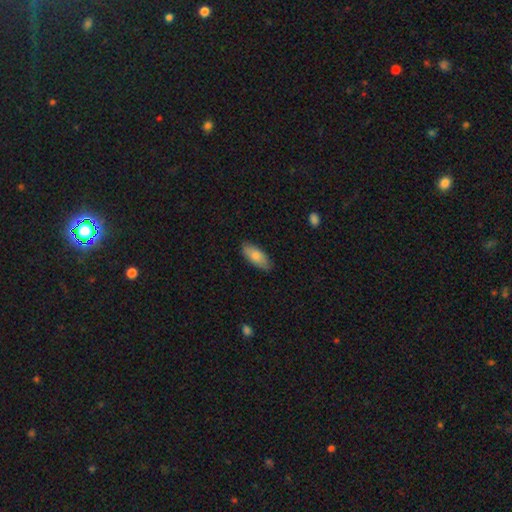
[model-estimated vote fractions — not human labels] Smooth or featured?
  - smooth: 80% *
  - featured or disk: 15%
  - star or artifact: 6%
How rounded?
  - in between: 84% *
  - cigar-shaped: 14%
  - round: 2%
Merging?
  - none: 84% *
  - minor disturbance: 13%
  - major disturbance: 2%
  - merger: 1%